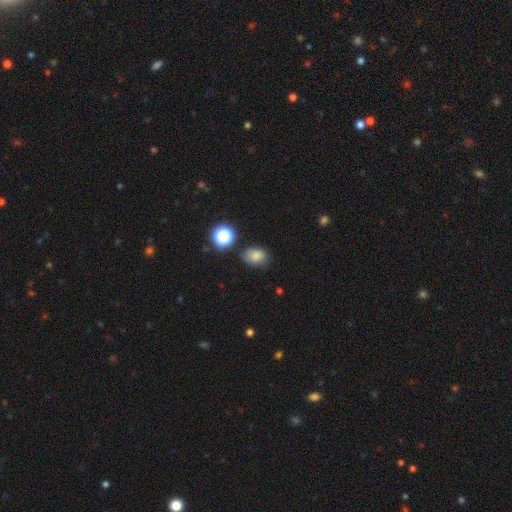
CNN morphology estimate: type=smooth (79%); roundness=in between (71%); merging=none (73%).